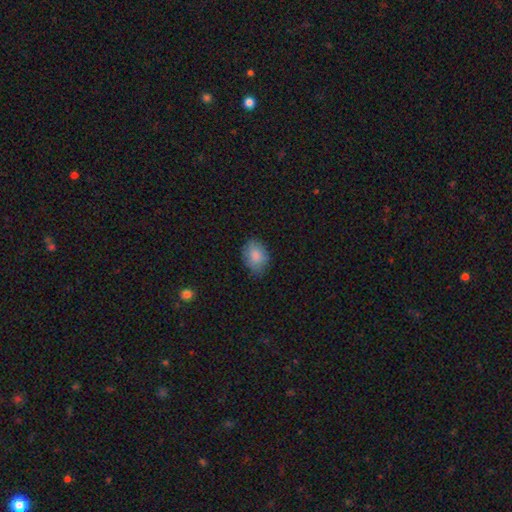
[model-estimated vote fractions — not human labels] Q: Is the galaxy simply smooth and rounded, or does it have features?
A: smooth — 84%.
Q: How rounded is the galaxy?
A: in between — 77%.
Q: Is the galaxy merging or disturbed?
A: none — 75%.